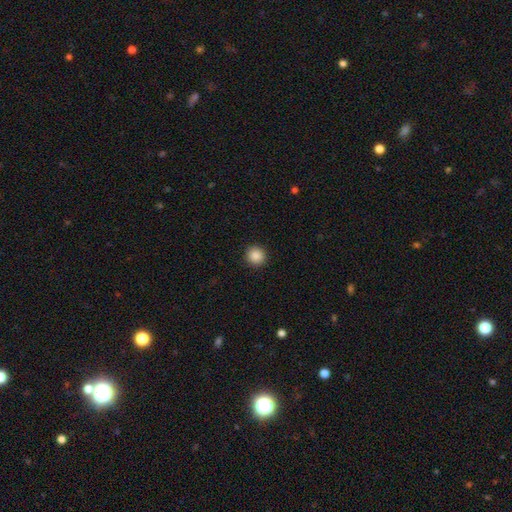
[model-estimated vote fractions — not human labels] The model was most divided on "smooth or featured": smooth: 87%, star or artifact: 10%, featured or disk: 3%. More confident: how rounded — round (94%); merging — none (92%).